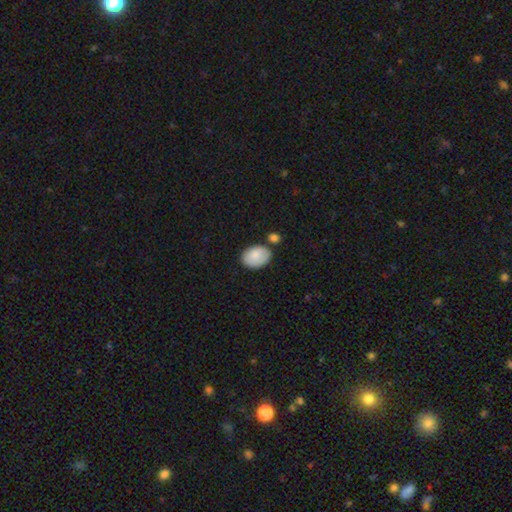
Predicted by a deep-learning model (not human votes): Overall: smooth (86%). How rounded: in between (85%). Merging: none (71%).